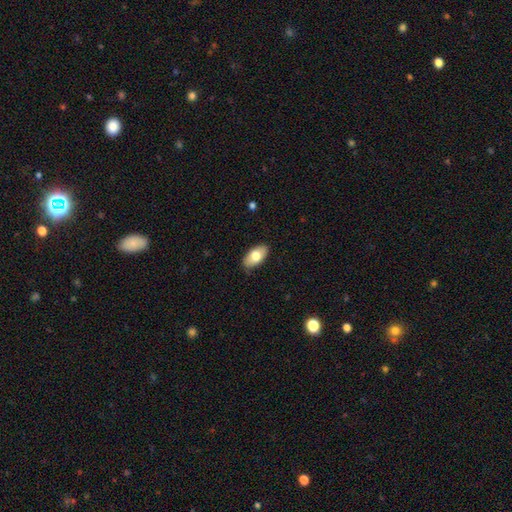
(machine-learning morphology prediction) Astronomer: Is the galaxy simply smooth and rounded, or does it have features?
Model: smooth — 75%.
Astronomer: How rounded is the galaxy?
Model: in between — 94%.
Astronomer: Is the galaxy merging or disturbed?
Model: none — 85%.